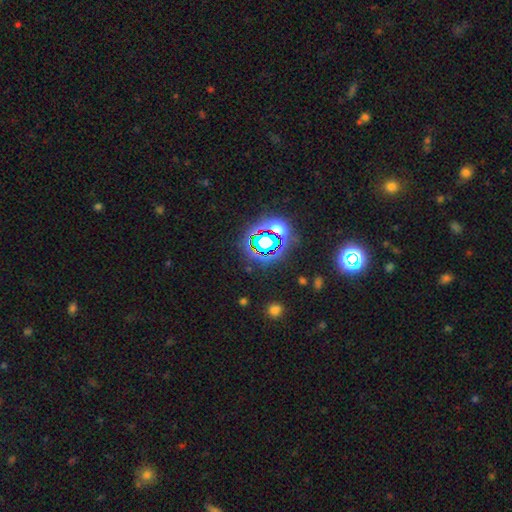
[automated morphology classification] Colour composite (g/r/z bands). It shows a star or artifact, not a galaxy (79%).